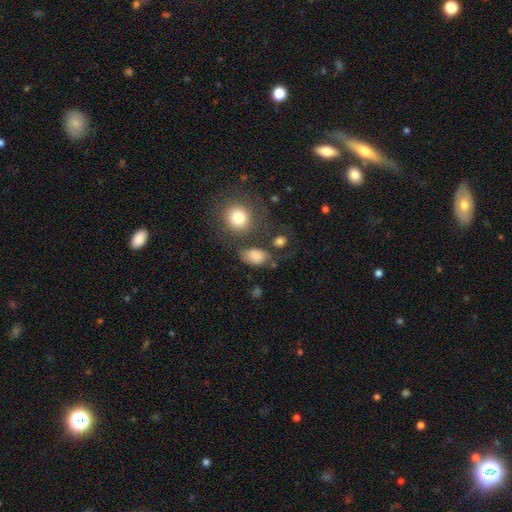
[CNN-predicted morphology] type=smooth (80%); roundness=in between (78%); merging=none (53%).